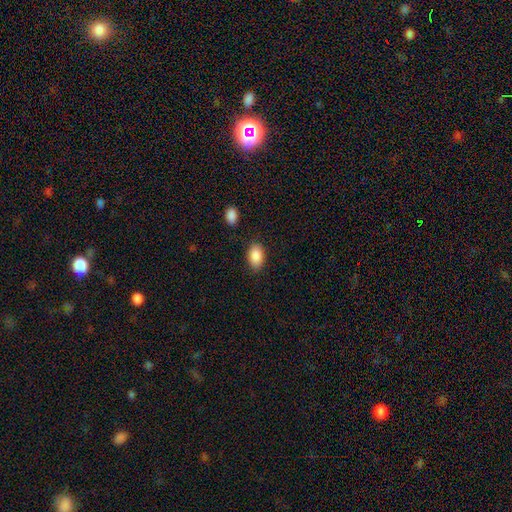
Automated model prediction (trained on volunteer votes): Morphology: type=smooth (89%); roundness=in between (92%); merging=none (83%).